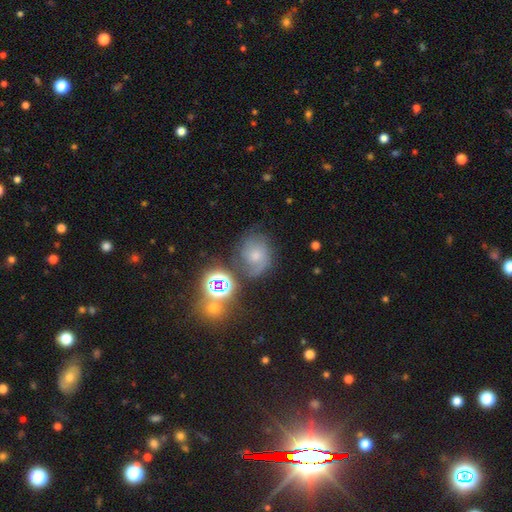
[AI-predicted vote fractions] smooth-or-featured: featured or disk: 40% | smooth: 39% | star or artifact: 22%
  merging: none: 56% | minor disturbance: 21% | major disturbance: 13% | merger: 10%